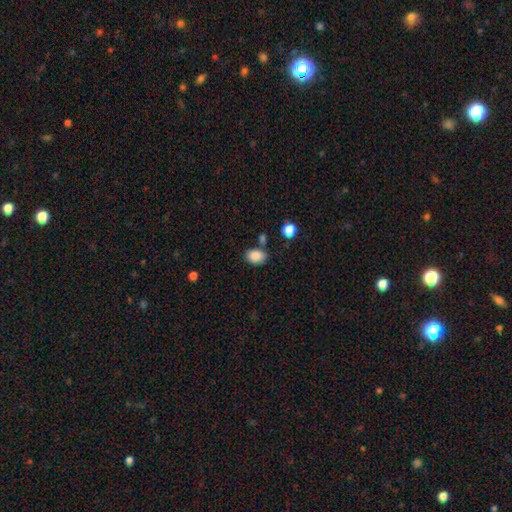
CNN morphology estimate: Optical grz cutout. It shows a smooth galaxy with no disk features (87%) that is in between round and cigar-shaped (82%). Merging: none (72%).